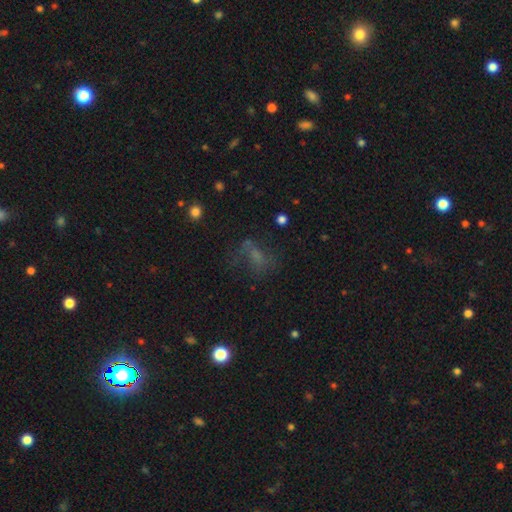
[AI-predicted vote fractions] A smooth galaxy with no disk features (42%). Merging: none (46%).